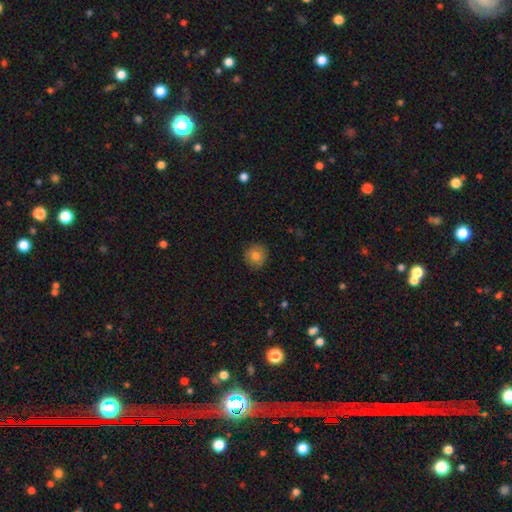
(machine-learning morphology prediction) A smooth galaxy with no disk features (81%) that is round (90%). Merging: none (88%).